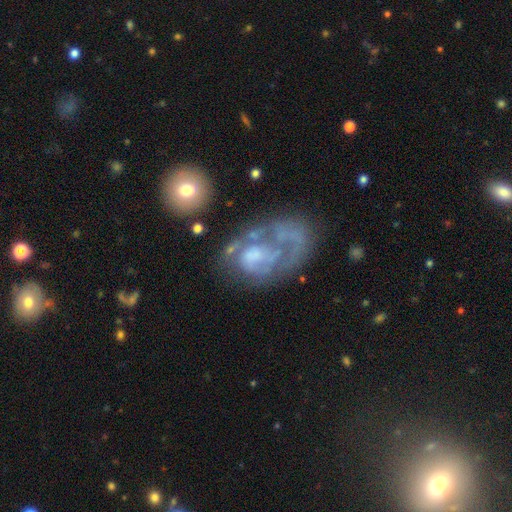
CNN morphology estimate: A featured or disk galaxy (72%) with no bar (75%), spiral arms (59%) and a moderate central bulge (33%).

Vote fractions:
- Smooth or featured? featured or disk: 72% / smooth: 20% / star or artifact: 8%
- Edge-on disk? no: 97% / yes: 3%
- Bar? no: 75% / weak: 21% / strong: 4%
- Spiral arms? yes: 59% / no: 41%
- Bulge size? moderate: 33% / none: 32% / small: 24% / large: 10% / dominant: 2%
- Merging? major disturbance: 38% / none: 35% / minor disturbance: 19% / merger: 9%